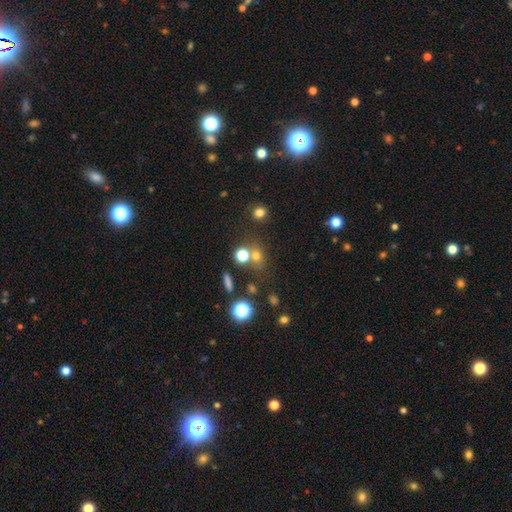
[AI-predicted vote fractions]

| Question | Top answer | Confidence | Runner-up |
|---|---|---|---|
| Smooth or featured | smooth | 58% | star or artifact (31%) |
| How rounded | round | 74% | in between (24%) |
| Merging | none | 60% | merger (24%) |